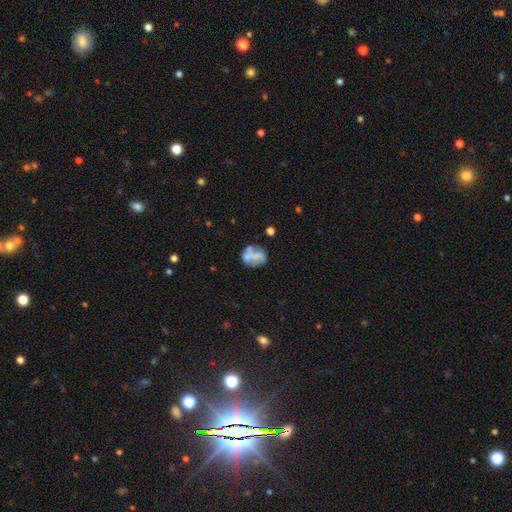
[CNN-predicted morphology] Overall: smooth (49%; featured or disk 42%). Merging: none (48%; minor disturbance 22%).